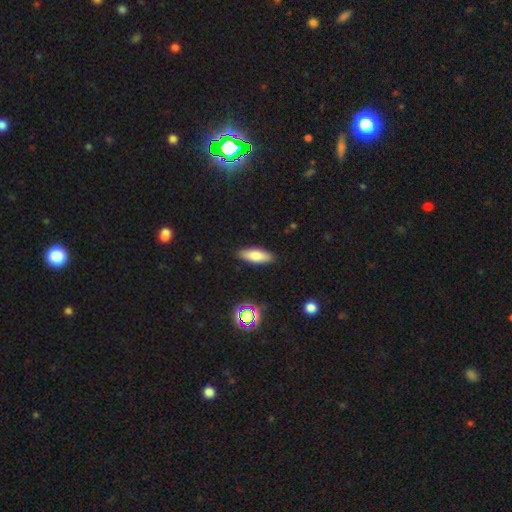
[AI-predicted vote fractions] Smooth or featured? Predicted: smooth (p=0.79). How rounded? Predicted: in between (p=0.69). Merging? Predicted: none (p=0.88).